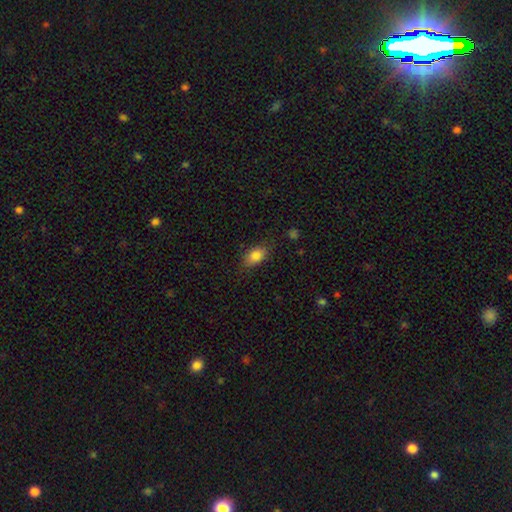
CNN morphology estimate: smooth-or-featured: smooth: 84% | star or artifact: 8% | featured or disk: 7%
  how-rounded: in between: 87% | round: 10% | cigar-shaped: 3%
  merging: none: 79% | minor disturbance: 16% | major disturbance: 4% | merger: 1%